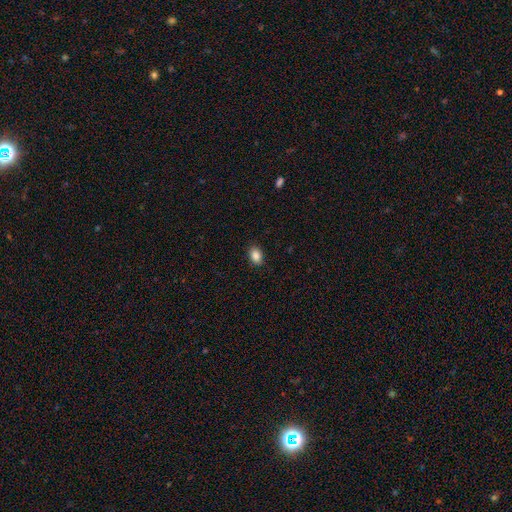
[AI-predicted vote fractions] Smooth or featured? smooth (88%)
How rounded? in between (83%)
Merging? none (88%)